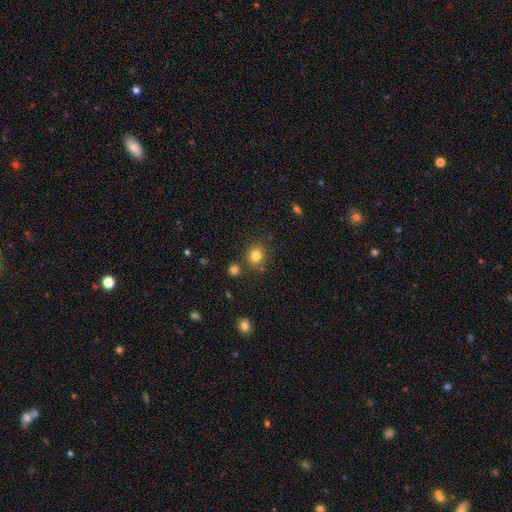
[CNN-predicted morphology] Smooth or featured?
  - smooth: 81% *
  - star or artifact: 13%
  - featured or disk: 6%
How rounded?
  - round: 83% *
  - in between: 16%
  - cigar-shaped: 1%
Merging?
  - none: 82% *
  - minor disturbance: 9%
  - merger: 7%
  - major disturbance: 3%